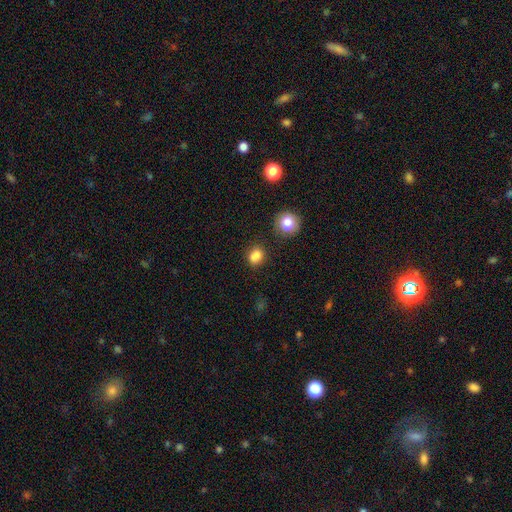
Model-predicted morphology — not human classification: Smooth or featured? Predicted: smooth (p=0.82). How rounded? Predicted: round (p=0.57). Merging? Predicted: none (p=0.71).